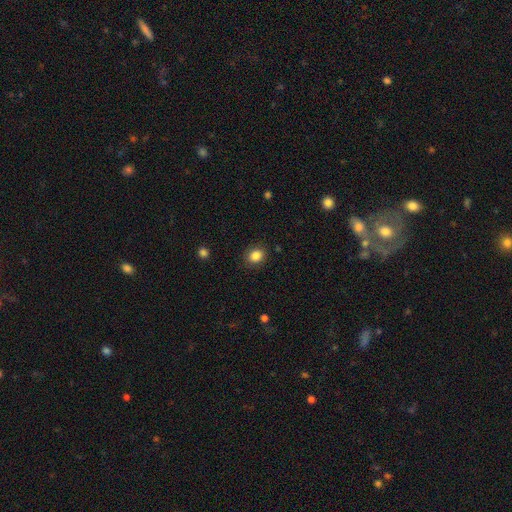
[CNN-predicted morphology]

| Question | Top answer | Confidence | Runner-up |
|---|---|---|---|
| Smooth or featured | smooth | 85% | star or artifact (10%) |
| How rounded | round | 62% | in between (38%) |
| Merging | none | 88% | minor disturbance (9%) |